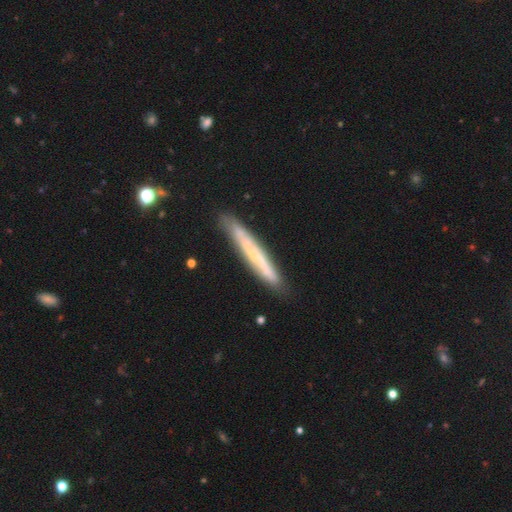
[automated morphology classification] The model was most divided on "smooth or featured": featured or disk: 56%, smooth: 37%, star or artifact: 7%. More confident: edge-on disk — yes (86%); merging — none (82%).